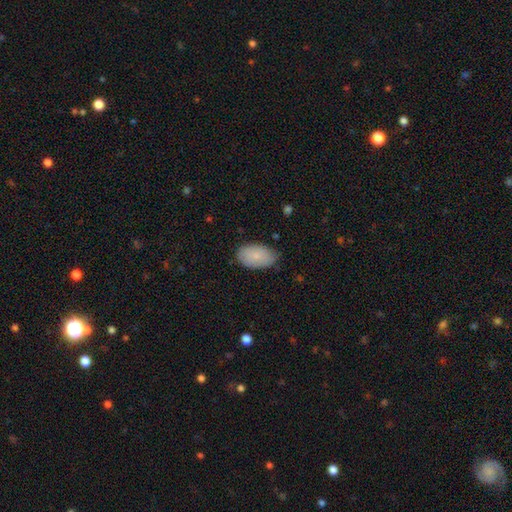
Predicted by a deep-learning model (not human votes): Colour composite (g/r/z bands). It shows a smooth galaxy with no disk features (82%) that is in between round and cigar-shaped (93%). Merging: none (78%).